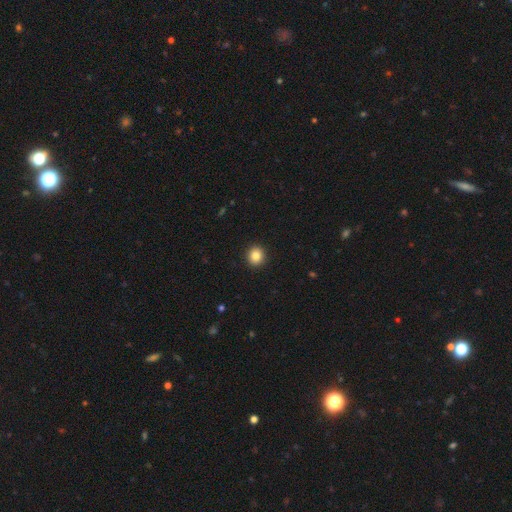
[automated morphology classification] Smooth or featured? smooth (85%)
How rounded? round (86%)
Merging? none (93%)